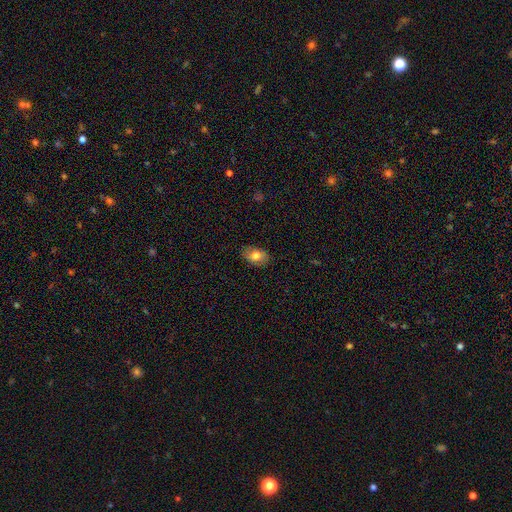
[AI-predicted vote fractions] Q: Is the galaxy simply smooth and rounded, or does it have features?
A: smooth — 76%.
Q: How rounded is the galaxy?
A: in between — 86%.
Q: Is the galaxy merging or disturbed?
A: none — 83%.